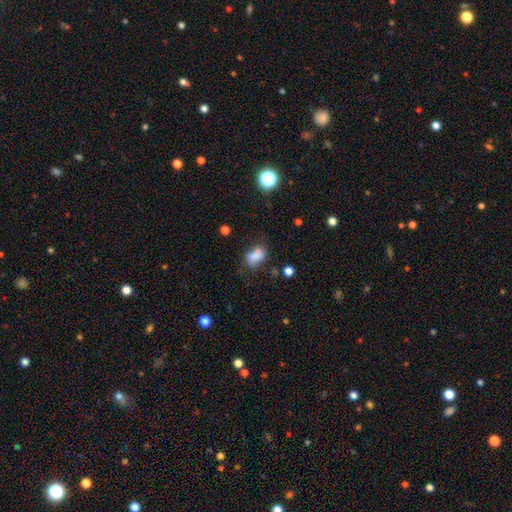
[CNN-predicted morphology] Overall: smooth (75%). How rounded: in between (79%). Merging: none (48%; minor disturbance 27%).